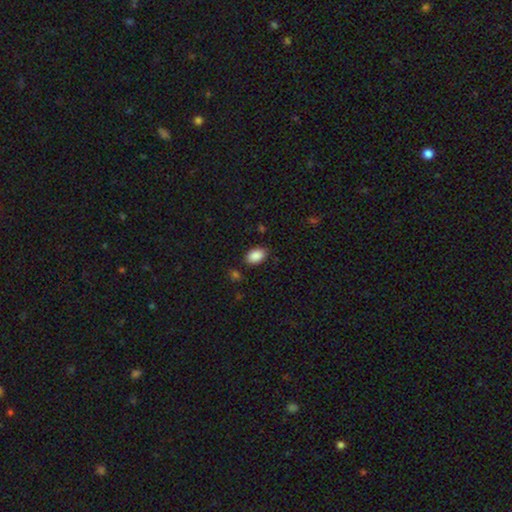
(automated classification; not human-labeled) A smooth galaxy with no disk features (89%) that is in between round and cigar-shaped (89%). Merging: none (83%).